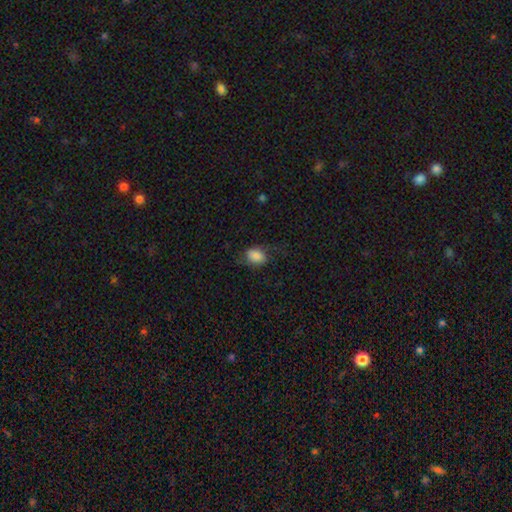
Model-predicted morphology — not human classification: The model was most divided on "merging": none: 61%, minor disturbance: 22%, major disturbance: 15%, merger: 1%. More confident: smooth or featured — smooth (75%); how rounded — in between (73%).